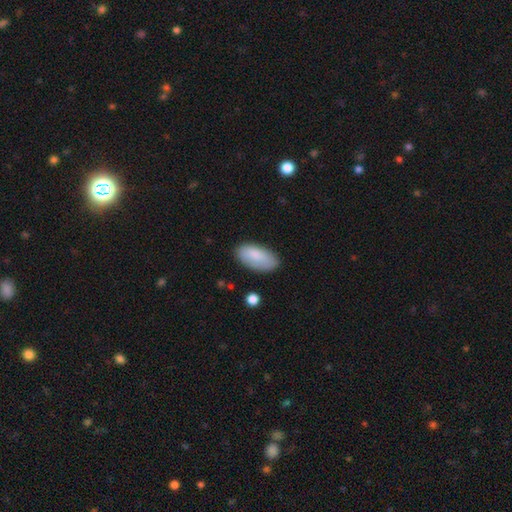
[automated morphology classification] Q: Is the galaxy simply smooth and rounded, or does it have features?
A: smooth — 85%.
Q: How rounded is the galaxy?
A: in between — 93%.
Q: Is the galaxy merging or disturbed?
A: none — 79%.